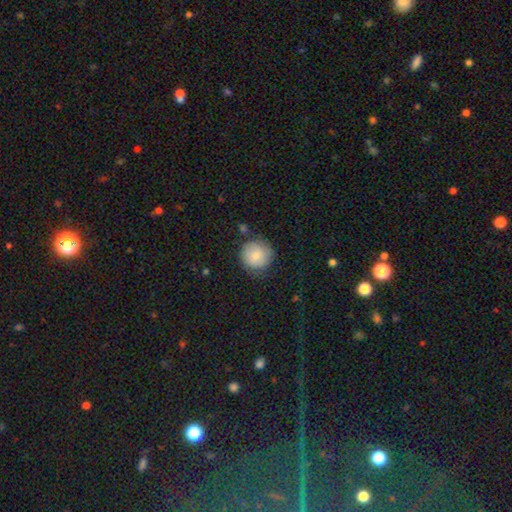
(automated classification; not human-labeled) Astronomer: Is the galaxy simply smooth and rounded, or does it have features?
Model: smooth — 77%.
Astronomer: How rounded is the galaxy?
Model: round — 93%.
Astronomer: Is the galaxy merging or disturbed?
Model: none — 75%.